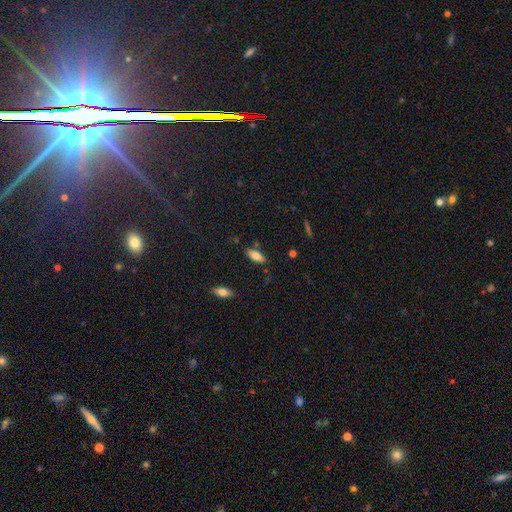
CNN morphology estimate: The model was most divided on "how rounded": in between: 71%, cigar-shaped: 27%, round: 2%. More confident: merging — none (80%); smooth or featured — smooth (75%).